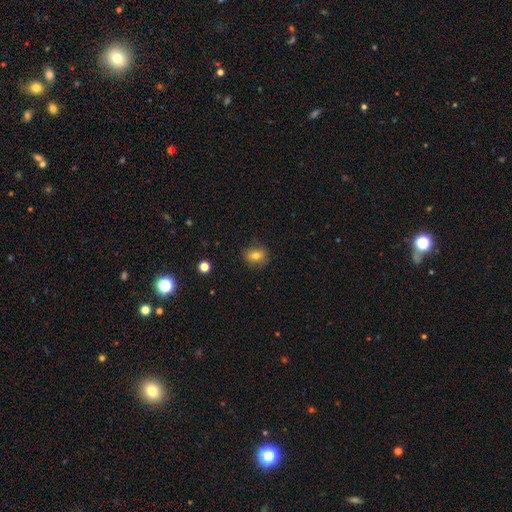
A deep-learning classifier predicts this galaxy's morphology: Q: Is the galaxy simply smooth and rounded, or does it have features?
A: smooth — 75%.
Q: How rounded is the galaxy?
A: round — 56%.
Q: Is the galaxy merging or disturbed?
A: none — 81%.